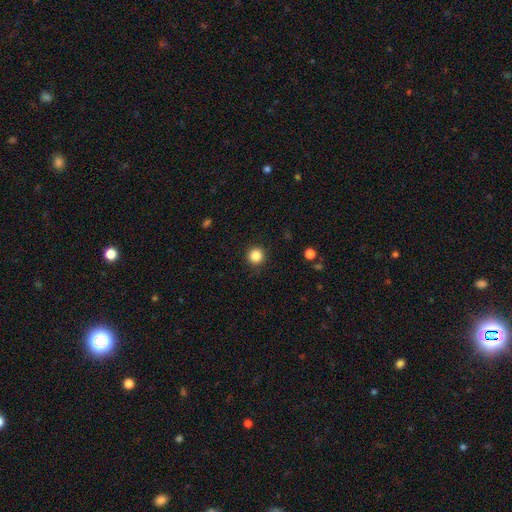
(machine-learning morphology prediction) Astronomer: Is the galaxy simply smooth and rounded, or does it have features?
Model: smooth — 86%.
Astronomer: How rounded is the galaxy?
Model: round — 94%.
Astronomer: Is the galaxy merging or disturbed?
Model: none — 91%.